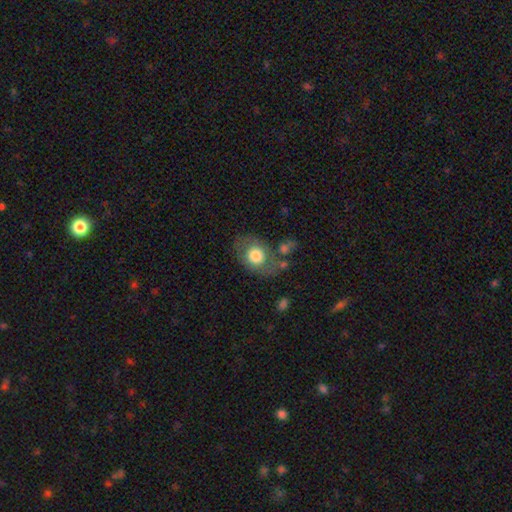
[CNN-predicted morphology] Overall: smooth (68%). How rounded: in between (58%; round 40%). Merging: none (59%; minor disturbance 20%).